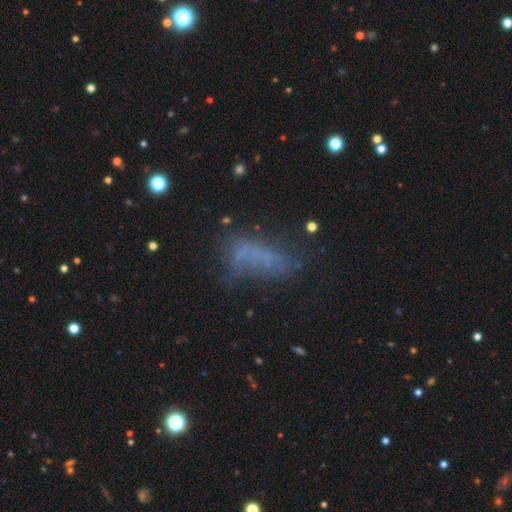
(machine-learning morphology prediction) type=smooth (50%); roundness=in between (67%); merging=none (44%).